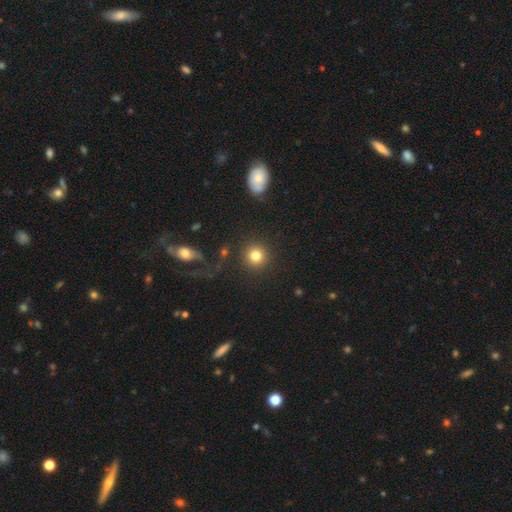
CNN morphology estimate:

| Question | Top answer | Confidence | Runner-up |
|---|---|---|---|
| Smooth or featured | smooth | 82% | star or artifact (11%) |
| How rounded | round | 94% | in between (6%) |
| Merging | none | 88% | minor disturbance (6%) |